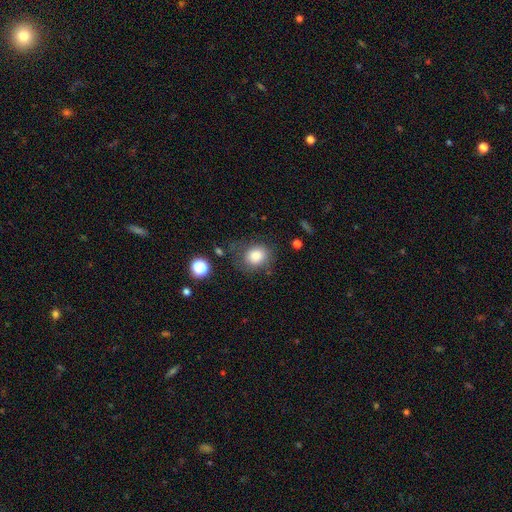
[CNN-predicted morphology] Overall: smooth (82%). How rounded: round (56%; in between 43%). Merging: none (65%).